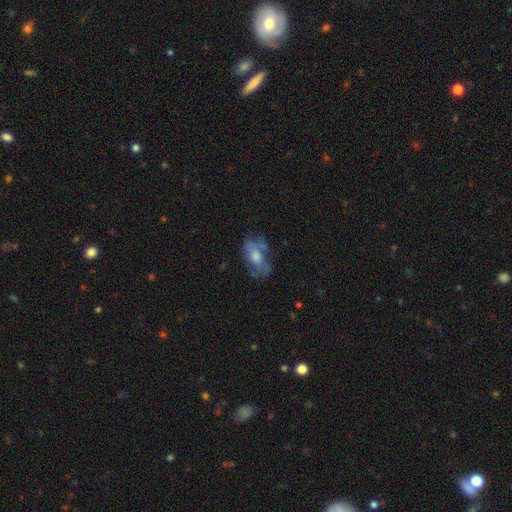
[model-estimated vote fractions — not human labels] Q: Smooth or featured?
A: featured or disk (50%); runner-up: smooth (39%)
Q: Merging?
A: none (53%); runner-up: minor disturbance (25%)